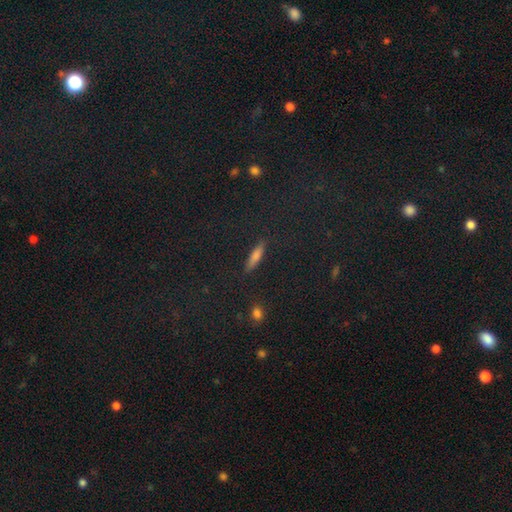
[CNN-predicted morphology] smooth 52%, featured or disk 29%, star or artifact 19%. Down the decision tree: how rounded — cigar-shaped (68%); merging — none (88%).